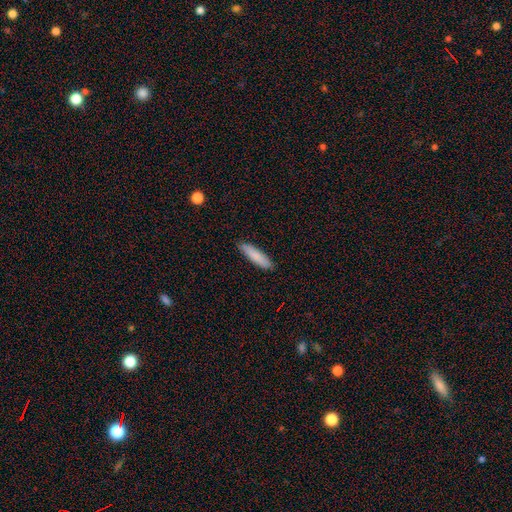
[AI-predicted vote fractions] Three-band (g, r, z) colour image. It shows a smooth galaxy with no disk features (86%) that is cigar-shaped (74%). Merging: none (88%).